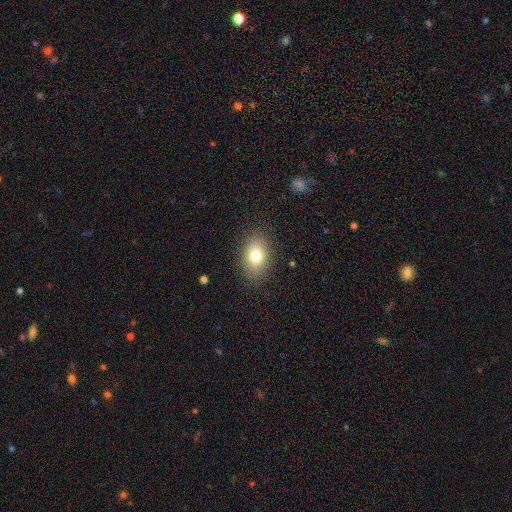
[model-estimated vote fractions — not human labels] The model was most divided on "smooth or featured": smooth: 78%, featured or disk: 12%, star or artifact: 10%. More confident: merging — none (86%); how rounded — in between (84%).